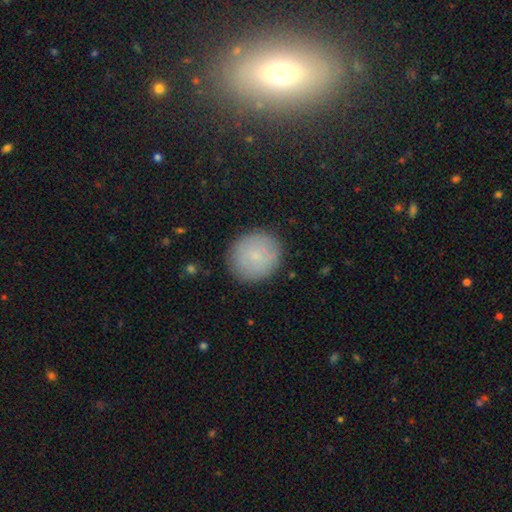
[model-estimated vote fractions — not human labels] Smooth or featured?
  - smooth: 80% *
  - featured or disk: 11%
  - star or artifact: 8%
How rounded?
  - round: 92% *
  - in between: 7%
  - cigar-shaped: 1%
Merging?
  - none: 89% *
  - minor disturbance: 8%
  - major disturbance: 2%
  - merger: 1%